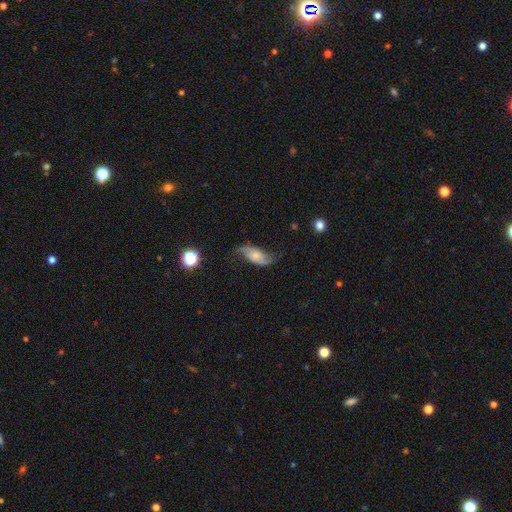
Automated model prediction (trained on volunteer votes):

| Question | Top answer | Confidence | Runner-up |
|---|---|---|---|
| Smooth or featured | featured or disk | 54% | smooth (37%) |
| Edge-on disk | no | 89% | yes (11%) |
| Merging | none | 58% | minor disturbance (26%) |